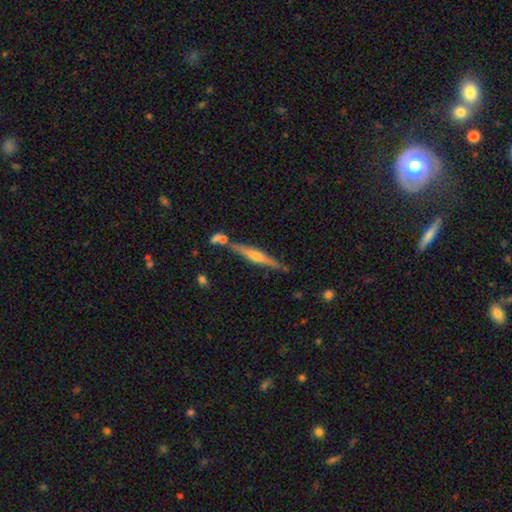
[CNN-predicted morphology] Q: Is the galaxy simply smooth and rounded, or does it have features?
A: featured or disk — 76%.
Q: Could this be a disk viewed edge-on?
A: yes — 98%.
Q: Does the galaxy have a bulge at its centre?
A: rounded — 85%.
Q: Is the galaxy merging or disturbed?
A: none — 81%.